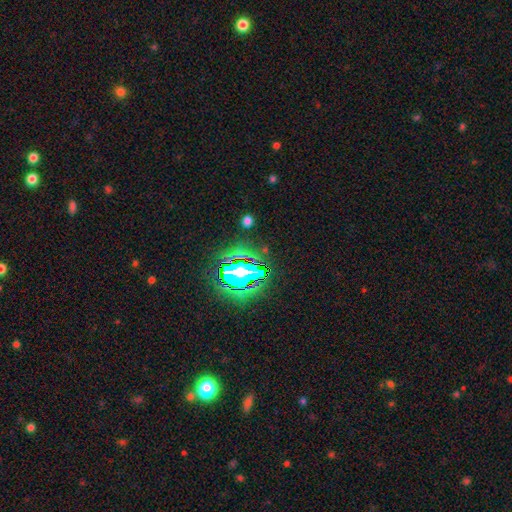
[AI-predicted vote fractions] Smooth or featured? star or artifact (78%)